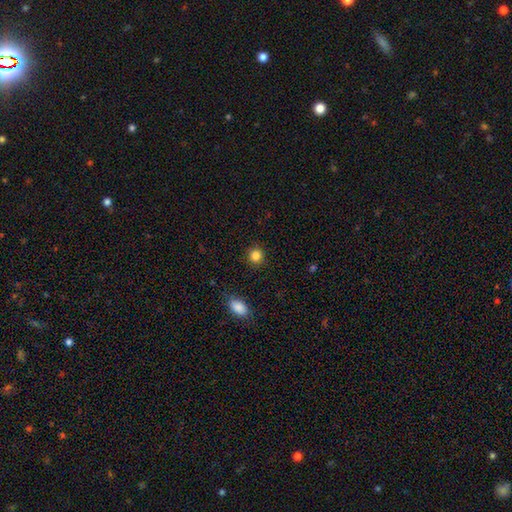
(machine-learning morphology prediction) A smooth galaxy with no disk features (84%) that is round (90%). Merging: none (90%).